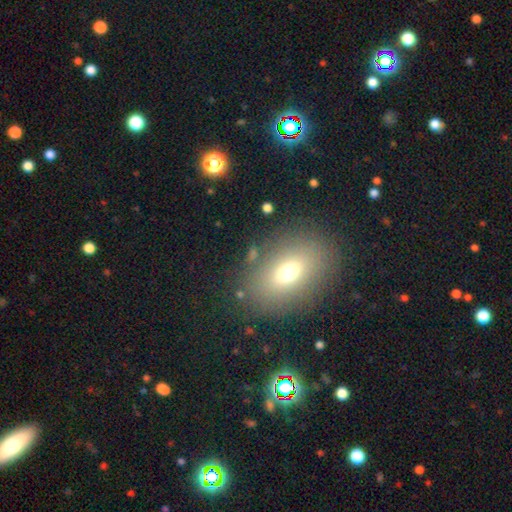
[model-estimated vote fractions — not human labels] smooth 62%, star or artifact 23%, featured or disk 15%. Down the decision tree: how rounded — in between (74%); merging — none (85%).